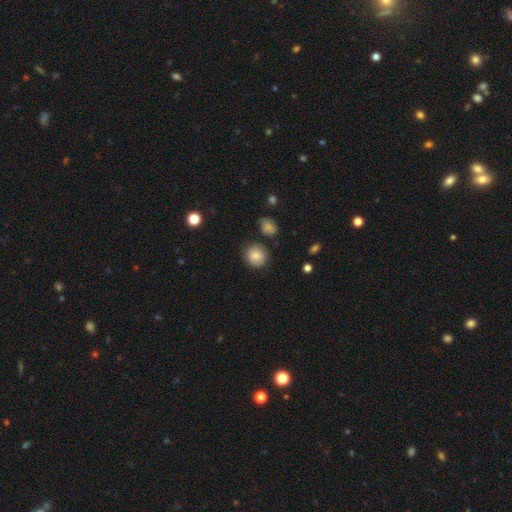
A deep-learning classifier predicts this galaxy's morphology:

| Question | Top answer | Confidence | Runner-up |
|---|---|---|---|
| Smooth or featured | smooth | 85% | star or artifact (8%) |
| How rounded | round | 84% | in between (15%) |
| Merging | none | 83% | minor disturbance (11%) |